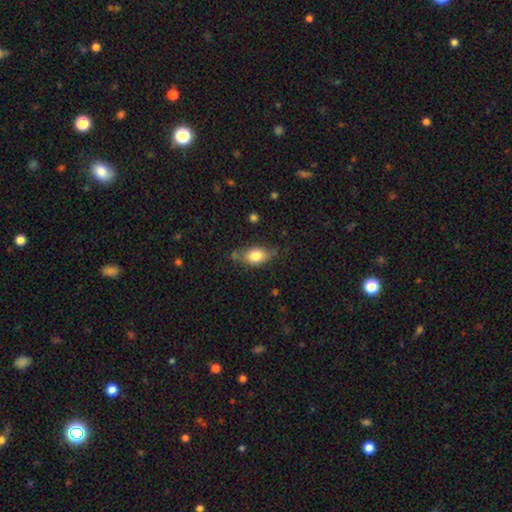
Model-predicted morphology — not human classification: Smooth or featured? smooth (79%)
How rounded? in between (80%)
Merging? none (64%)